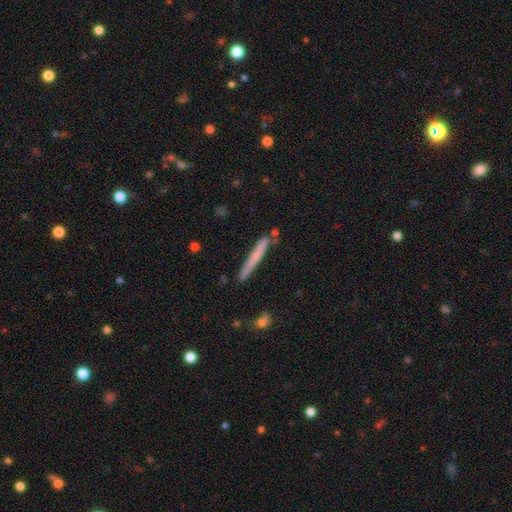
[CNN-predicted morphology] Q: Smooth or featured?
A: smooth (63%); runner-up: featured or disk (30%)
Q: How rounded?
A: cigar-shaped (97%); runner-up: in between (2%)
Q: Merging?
A: none (83%); runner-up: minor disturbance (11%)